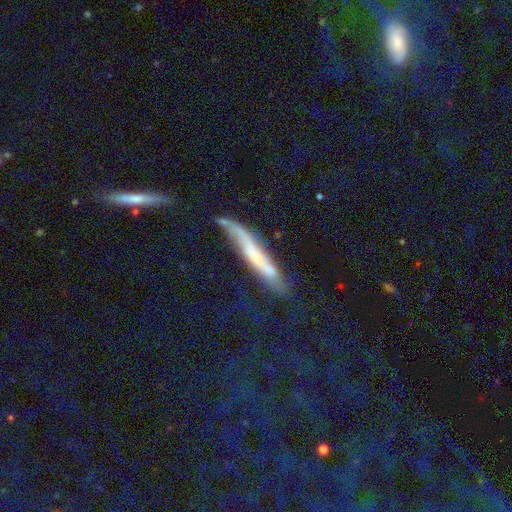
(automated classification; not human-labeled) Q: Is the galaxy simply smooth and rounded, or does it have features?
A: featured or disk — 42%.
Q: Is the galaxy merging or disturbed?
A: none — 51%.